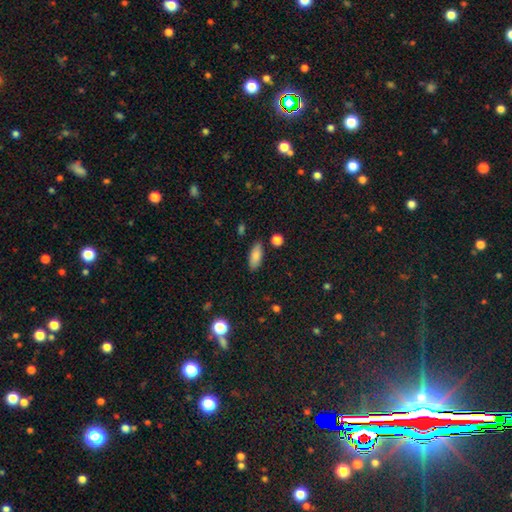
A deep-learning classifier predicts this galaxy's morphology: Smooth or featured?
  - smooth: 84% *
  - featured or disk: 8%
  - star or artifact: 7%
How rounded?
  - in between: 77% *
  - cigar-shaped: 20%
  - round: 3%
Merging?
  - none: 85% *
  - minor disturbance: 10%
  - merger: 3%
  - major disturbance: 2%